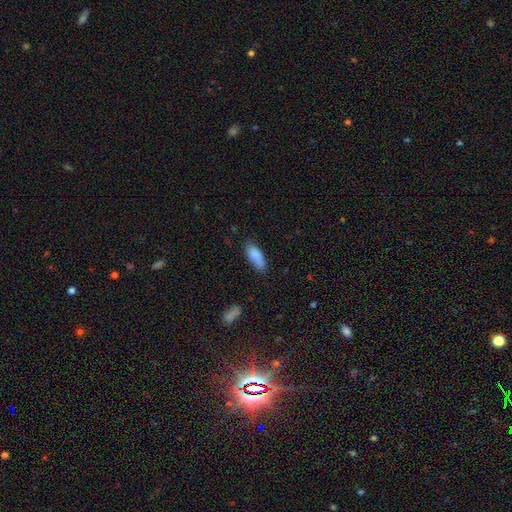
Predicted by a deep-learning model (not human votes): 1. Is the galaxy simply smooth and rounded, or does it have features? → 85% smooth, 8% featured or disk, 7% star or artifact.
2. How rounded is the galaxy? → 71% in between, 28% cigar-shaped, 2% round.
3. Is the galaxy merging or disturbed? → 70% none, 22% minor disturbance, 4% major disturbance, 4% merger.